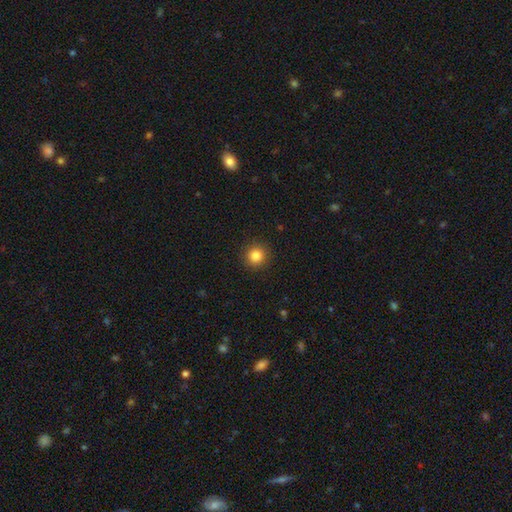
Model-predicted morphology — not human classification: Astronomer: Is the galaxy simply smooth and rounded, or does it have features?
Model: smooth — 85%.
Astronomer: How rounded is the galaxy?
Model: round — 94%.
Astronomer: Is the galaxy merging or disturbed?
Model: none — 92%.